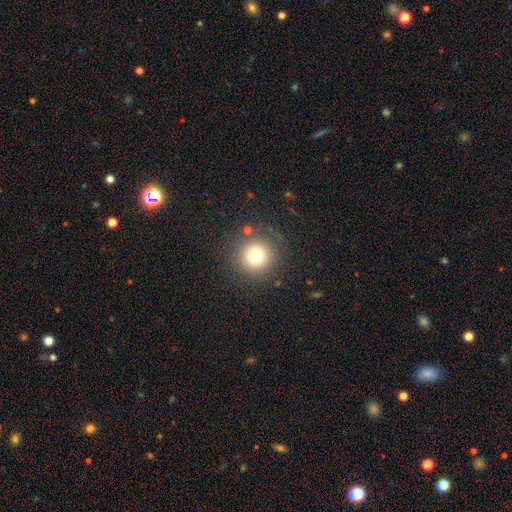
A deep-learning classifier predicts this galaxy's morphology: type=smooth (76%); roundness=round (94%); merging=none (87%).